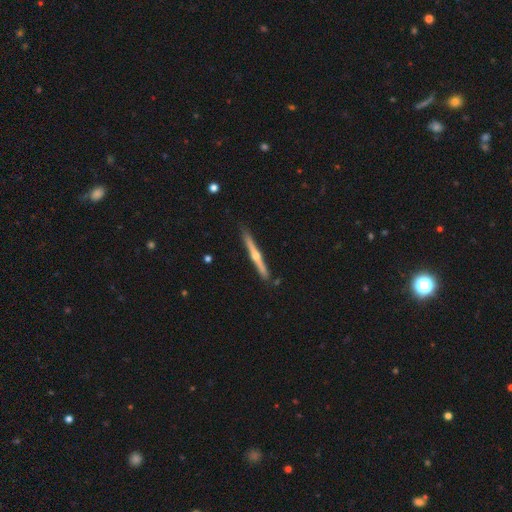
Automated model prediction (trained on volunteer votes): Smooth or featured: featured or disk — 75% (smooth — 20%)
Edge-on disk: yes — 98% (no — 2%)
Edge-on bulge: rounded — 91% (none — 7%)
Merging: none — 89% (minor disturbance — 8%)